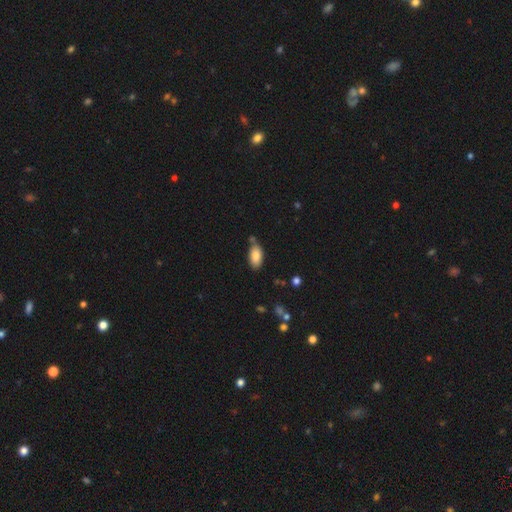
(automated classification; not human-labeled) Q: Smooth or featured?
A: smooth (85%); runner-up: featured or disk (8%)
Q: How rounded?
A: in between (93%); runner-up: cigar-shaped (4%)
Q: Merging?
A: none (63%); runner-up: minor disturbance (21%)